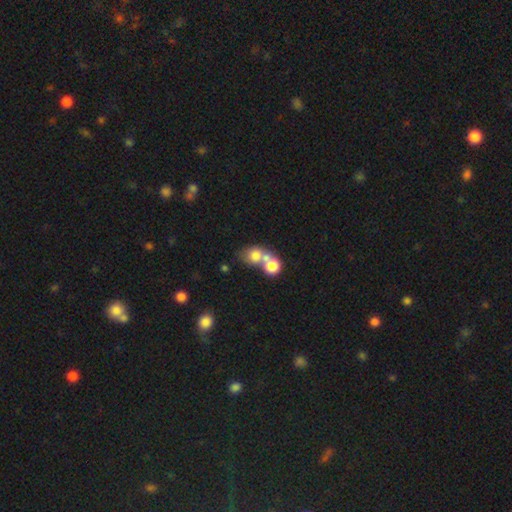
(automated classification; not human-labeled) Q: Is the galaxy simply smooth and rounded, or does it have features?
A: smooth — 72%.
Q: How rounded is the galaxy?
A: round — 62%.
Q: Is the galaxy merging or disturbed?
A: merger — 63%.